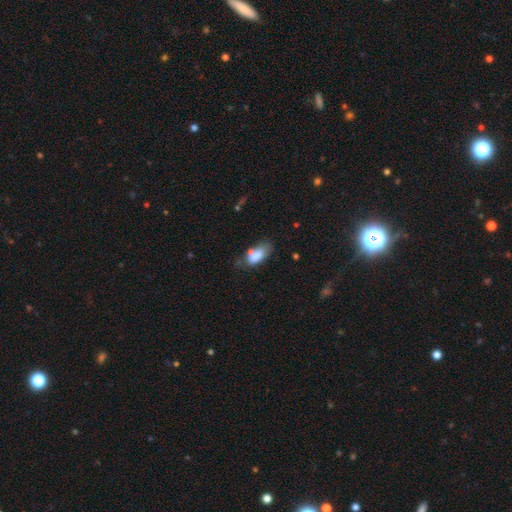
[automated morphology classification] A smooth galaxy with no disk features (75%) that is in between round and cigar-shaped (88%). Merging: none (37%).